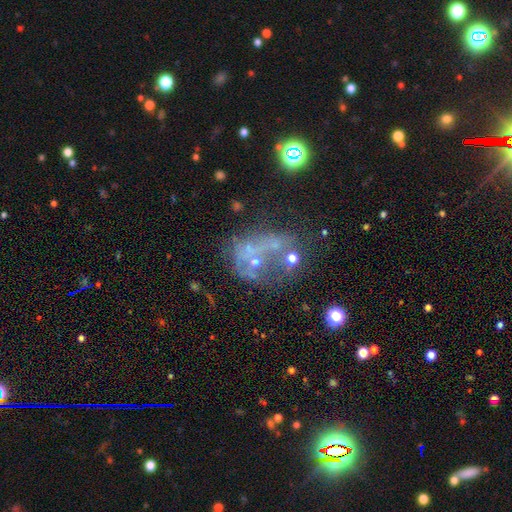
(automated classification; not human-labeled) Smooth or featured? featured or disk (49%)
Merging? major disturbance (32%)